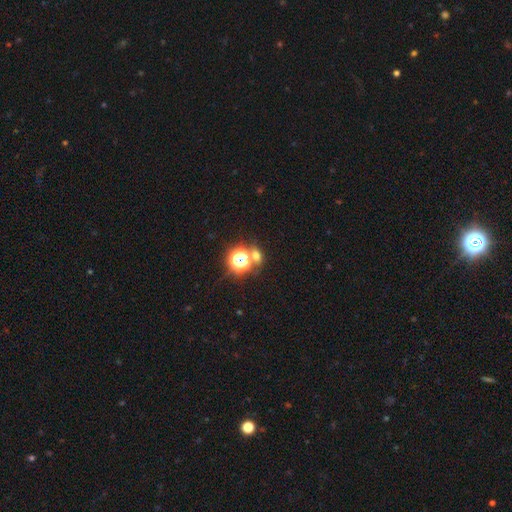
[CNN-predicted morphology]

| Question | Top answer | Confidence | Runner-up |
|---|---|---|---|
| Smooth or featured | smooth | 50% | star or artifact (40%) |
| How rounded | round | 60% | in between (37%) |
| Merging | none | 69% | merger (18%) |